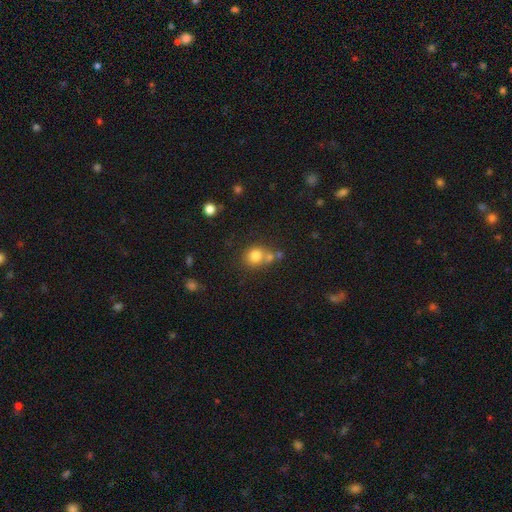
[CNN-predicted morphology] Overall: smooth (79%). How rounded: round (80%). Merging: none (52%; merger 30%).